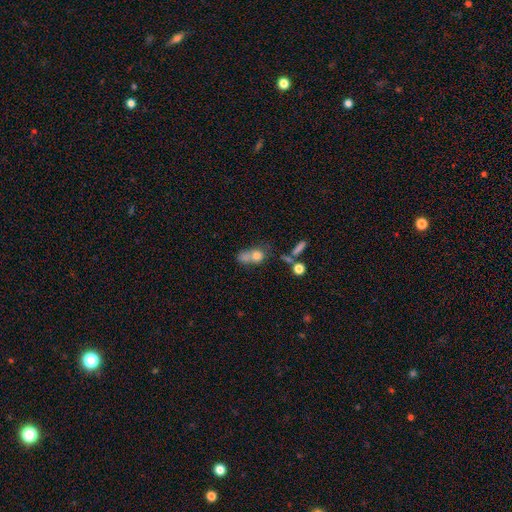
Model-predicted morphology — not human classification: Q: Smooth or featured?
A: smooth (68%); runner-up: featured or disk (18%)
Q: How rounded?
A: round (50%); runner-up: in between (44%)
Q: Merging?
A: merger (53%); runner-up: none (23%)